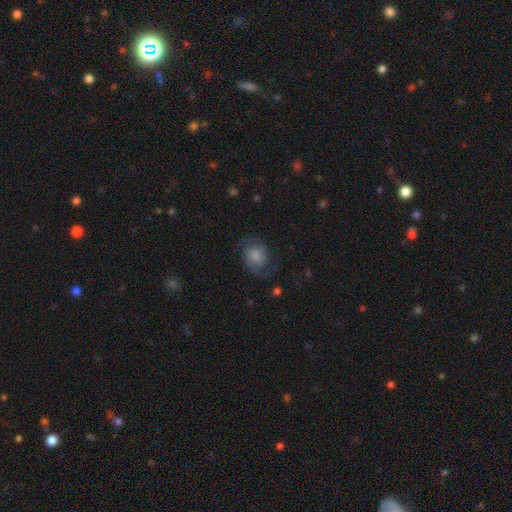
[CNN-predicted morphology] Smooth or featured: featured or disk — 57% (smooth — 34%)
Edge-on disk: no — 98% (yes — 2%)
Bar: no — 71% (weak — 24%)
Spiral arms: yes — 92% (no — 8%)
Spiral winding: medium — 47% (loose — 35%)
Spiral arm count: 2 — 90% (can't tell — 4%)
Bulge size: none — 26% (moderate — 23%)
Merging: none — 70% (minor disturbance — 18%)